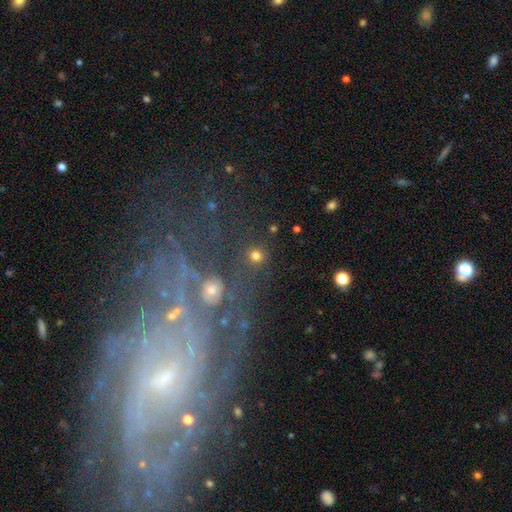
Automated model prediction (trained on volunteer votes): Smooth or featured? smooth (76%)
How rounded? round (93%)
Merging? none (76%)